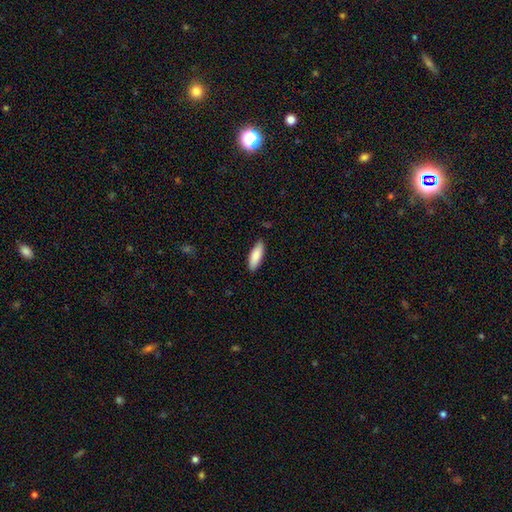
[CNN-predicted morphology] Smooth or featured: smooth — 87% (featured or disk — 8%)
How rounded: in between — 62% (cigar-shaped — 37%)
Merging: none — 84% (minor disturbance — 12%)